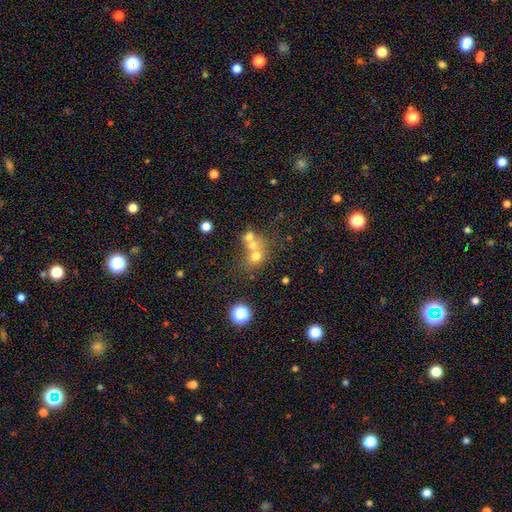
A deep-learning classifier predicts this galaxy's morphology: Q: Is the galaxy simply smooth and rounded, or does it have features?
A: smooth — 62%.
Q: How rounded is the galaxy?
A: round — 72%.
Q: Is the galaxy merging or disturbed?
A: merger — 51%.